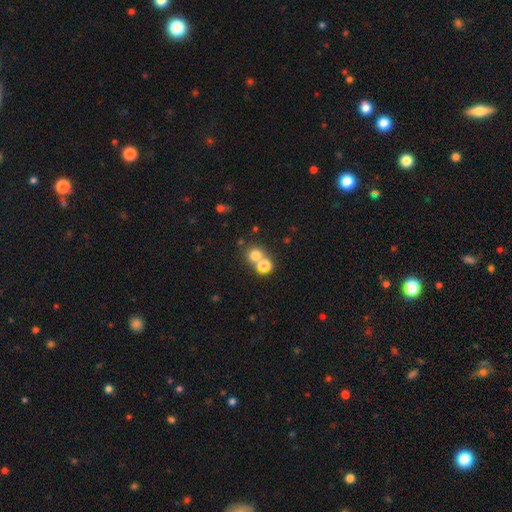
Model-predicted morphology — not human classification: smooth_or_featured: smooth (p=0.74) [alt: star or artifact p=0.16]
how_rounded: round (p=0.85) [alt: in between p=0.14]
merging: none (p=0.49) [alt: merger p=0.42]